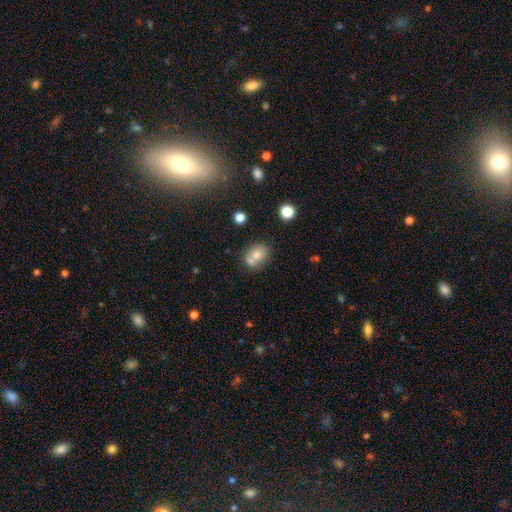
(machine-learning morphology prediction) This appears to be a smooth galaxy with no disk features (71%) that is in between round and cigar-shaped (54%). Merging: none (47%).